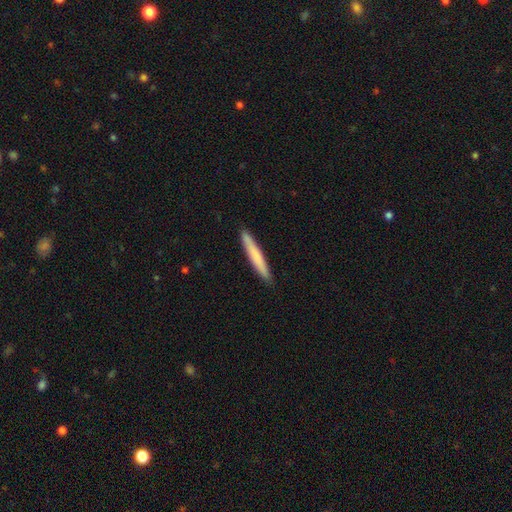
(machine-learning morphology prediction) type=smooth (72%); roundness=cigar-shaped (96%); merging=none (91%).